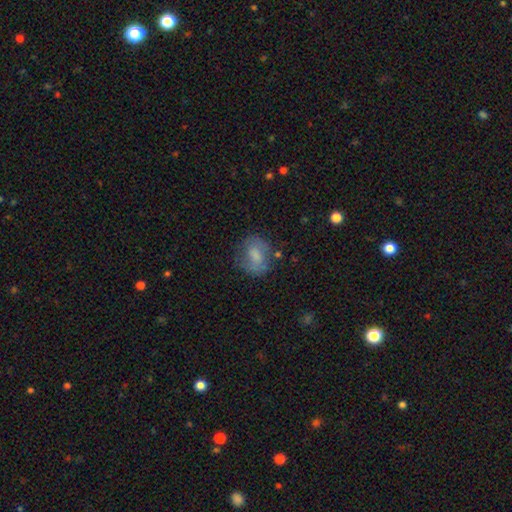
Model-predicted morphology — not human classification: smooth 63%, featured or disk 28%, star or artifact 9%. Down the decision tree: how rounded — in between (49%, tied with round); merging — none (63%).